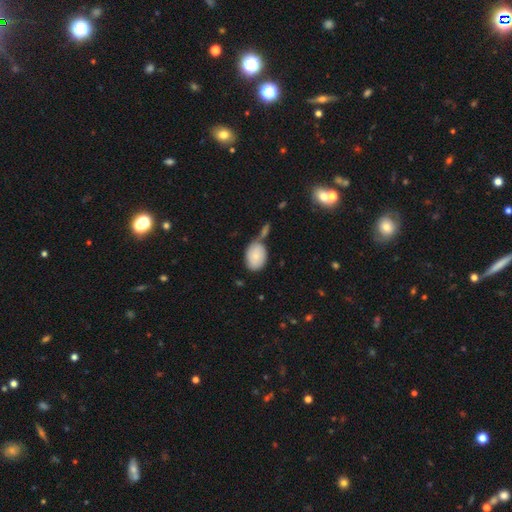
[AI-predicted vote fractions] A smooth galaxy with no disk features (80%) that is in between round and cigar-shaped (80%).

Vote fractions:
- Smooth or featured? smooth: 80% / featured or disk: 14% / star or artifact: 6%
- How rounded? in between: 80% / round: 18% / cigar-shaped: 1%
- Merging? none: 52% / merger: 23% / minor disturbance: 19% / major disturbance: 6%